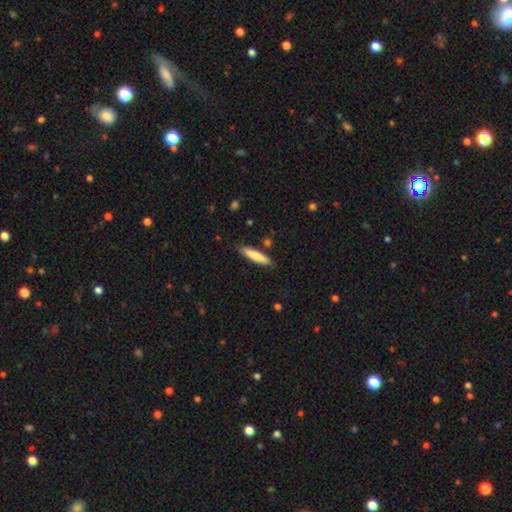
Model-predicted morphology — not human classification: smooth 78%, featured or disk 17%, star or artifact 5%. Down the decision tree: how rounded — cigar-shaped (80%); merging — none (86%).